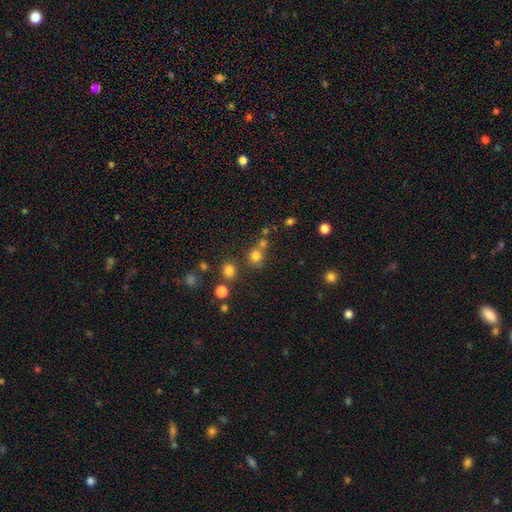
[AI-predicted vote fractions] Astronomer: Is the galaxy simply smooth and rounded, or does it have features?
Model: smooth — 74%.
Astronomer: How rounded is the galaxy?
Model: round — 83%.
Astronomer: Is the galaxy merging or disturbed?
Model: none — 57%.